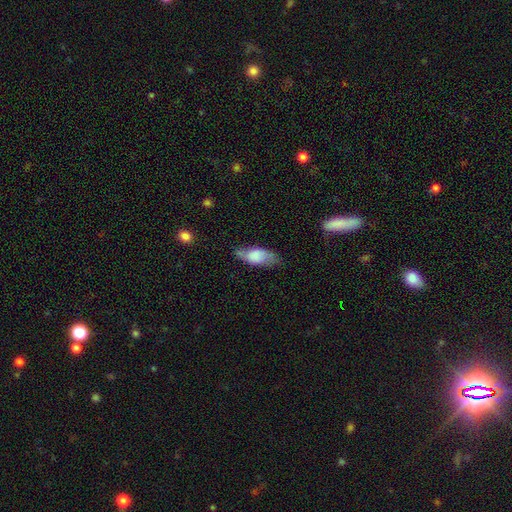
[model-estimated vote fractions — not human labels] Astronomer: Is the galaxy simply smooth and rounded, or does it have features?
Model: smooth — 66%.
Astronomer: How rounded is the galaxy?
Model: in between — 82%.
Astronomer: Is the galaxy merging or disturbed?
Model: none — 55% (runner-up: minor disturbance, 31%).